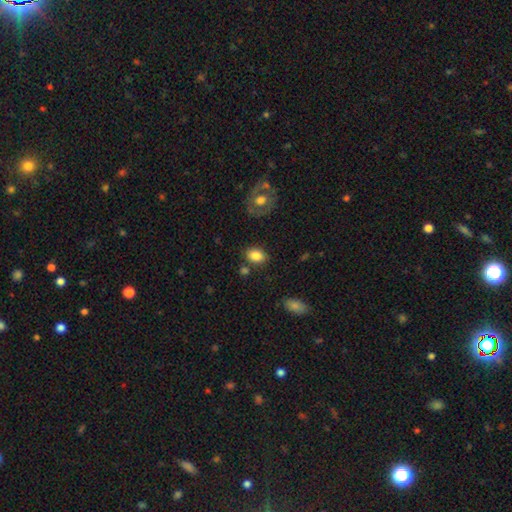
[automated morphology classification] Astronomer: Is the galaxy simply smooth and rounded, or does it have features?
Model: smooth — 84%.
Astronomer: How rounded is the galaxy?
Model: in between — 73%.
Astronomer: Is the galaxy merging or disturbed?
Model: none — 76%.